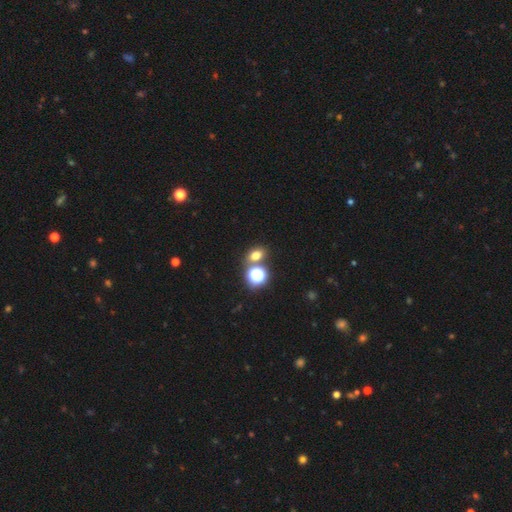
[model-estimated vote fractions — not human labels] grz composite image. It shows a smooth galaxy with no disk features (68%) that is in between round and cigar-shaped (55%). Merging: none (69%).